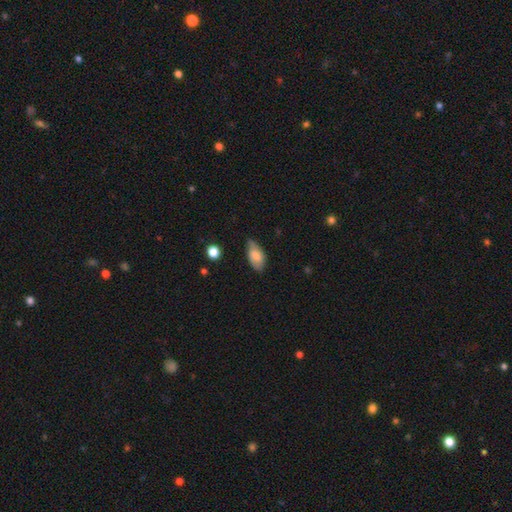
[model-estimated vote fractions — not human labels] This appears to be a smooth galaxy with no disk features (72%) that is in between round and cigar-shaped (92%). Merging: none (62%).